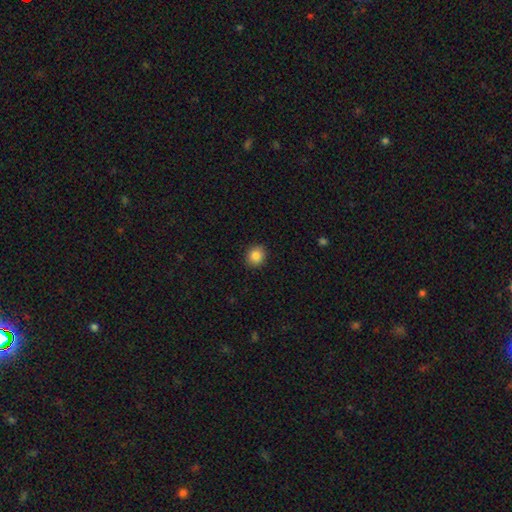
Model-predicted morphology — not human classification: Smooth or featured? smooth (86%)
How rounded? round (75%)
Merging? none (90%)